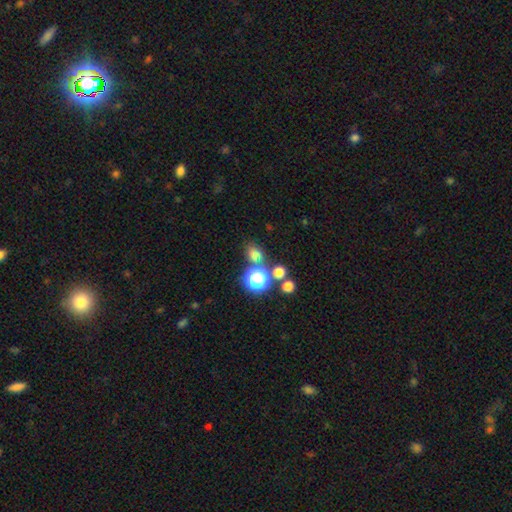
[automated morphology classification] The model was most divided on "how rounded": round: 62%, in between: 36%, cigar-shaped: 1%. More confident: merging — none (67%); smooth or featured — smooth (65%).